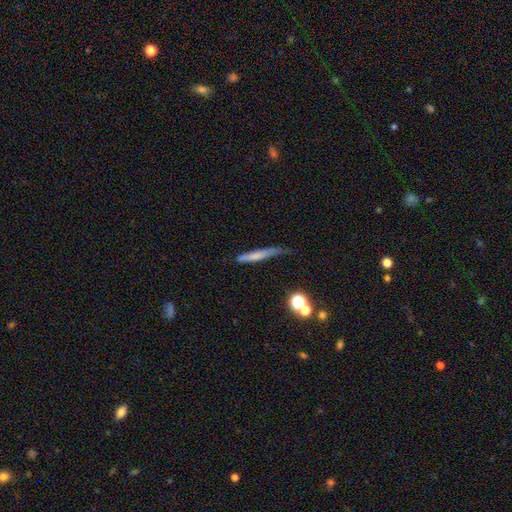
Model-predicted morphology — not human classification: Smooth or featured?
  - smooth: 64% *
  - featured or disk: 28%
  - star or artifact: 8%
How rounded?
  - cigar-shaped: 93% *
  - in between: 5%
  - round: 2%
Merging?
  - none: 55% *
  - minor disturbance: 32%
  - major disturbance: 10%
  - merger: 3%